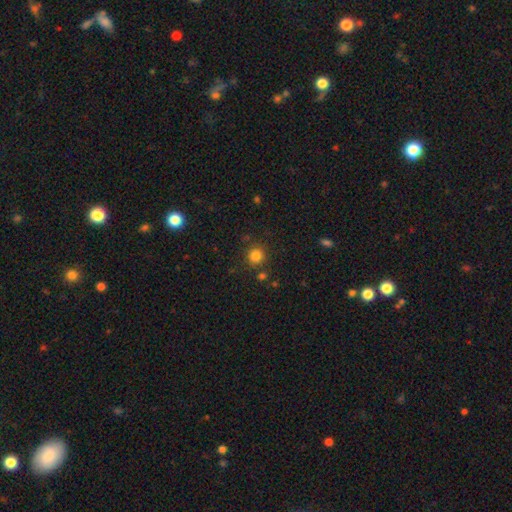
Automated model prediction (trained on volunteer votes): The model was most divided on "smooth or featured": smooth: 82%, star or artifact: 14%, featured or disk: 5%. More confident: how rounded — round (93%); merging — none (84%).